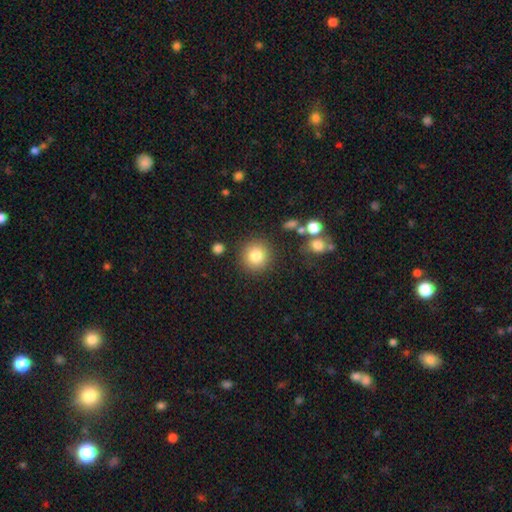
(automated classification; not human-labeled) Smooth or featured?
  - smooth: 82% *
  - star or artifact: 10%
  - featured or disk: 7%
How rounded?
  - round: 93% *
  - in between: 6%
  - cigar-shaped: 1%
Merging?
  - none: 87% *
  - minor disturbance: 7%
  - merger: 3%
  - major disturbance: 3%